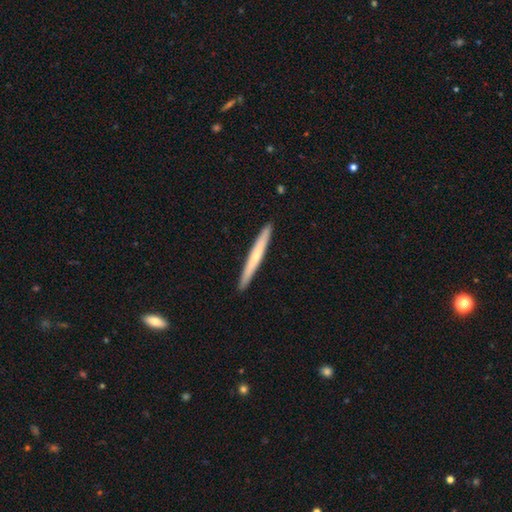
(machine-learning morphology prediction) This is possibly a smooth galaxy (51%). How rounded: clearly cigar-shaped (97%). Merging: clearly none (93%).